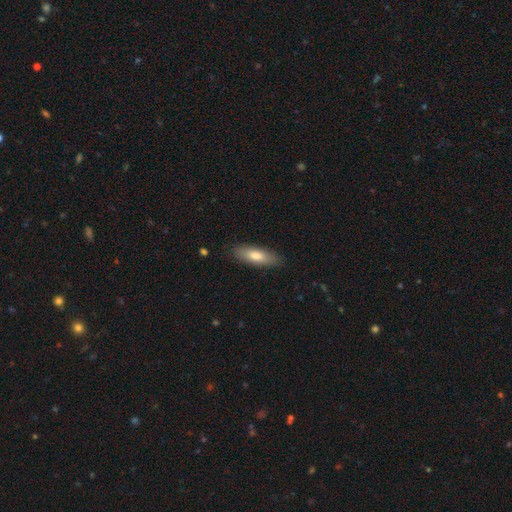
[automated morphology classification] This appears to be a smooth galaxy with no disk features (74%) that is in between round and cigar-shaped (56%). Merging: none (87%).